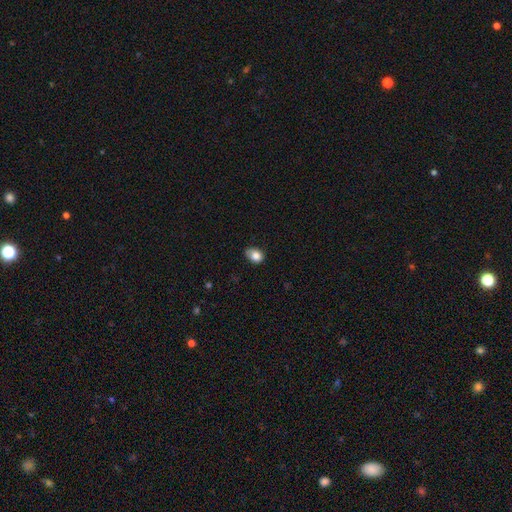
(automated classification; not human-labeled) Q: Smooth or featured?
A: smooth (82%); runner-up: star or artifact (9%)
Q: How rounded?
A: in between (61%); runner-up: round (38%)
Q: Merging?
A: none (56%); runner-up: minor disturbance (34%)